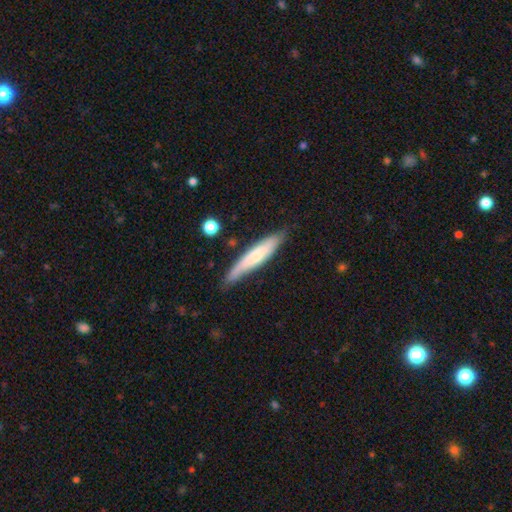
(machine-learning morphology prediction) A smooth galaxy with no disk features (60%) that is cigar-shaped (86%).

Vote fractions:
- Smooth or featured? smooth: 60% / featured or disk: 35% / star or artifact: 6%
- How rounded? cigar-shaped: 86% / in between: 13% / round: 1%
- Merging? none: 74% / minor disturbance: 20% / major disturbance: 4% / merger: 2%